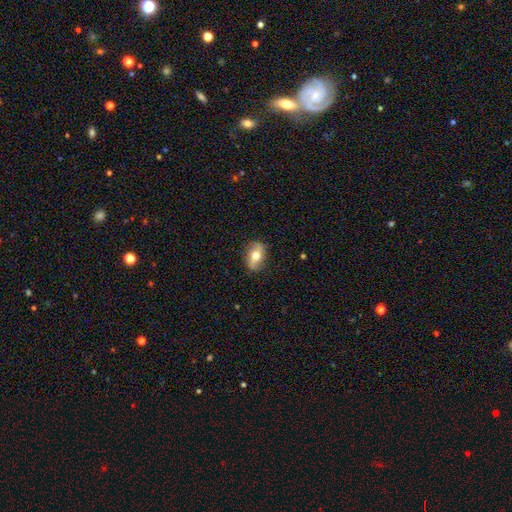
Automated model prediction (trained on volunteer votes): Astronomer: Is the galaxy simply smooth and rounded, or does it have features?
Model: smooth — 51% (runner-up: featured or disk, 41%).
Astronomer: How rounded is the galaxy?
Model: in between — 81%.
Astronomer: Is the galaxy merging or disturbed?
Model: none — 83%.